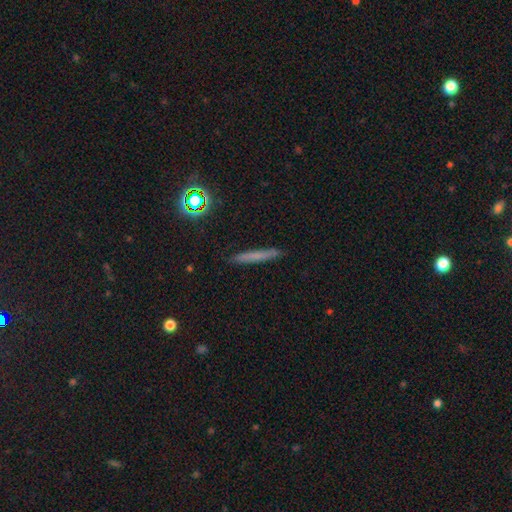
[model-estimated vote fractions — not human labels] smooth 63%, featured or disk 25%, star or artifact 13%. Down the decision tree: how rounded — cigar-shaped (95%); merging — none (89%).